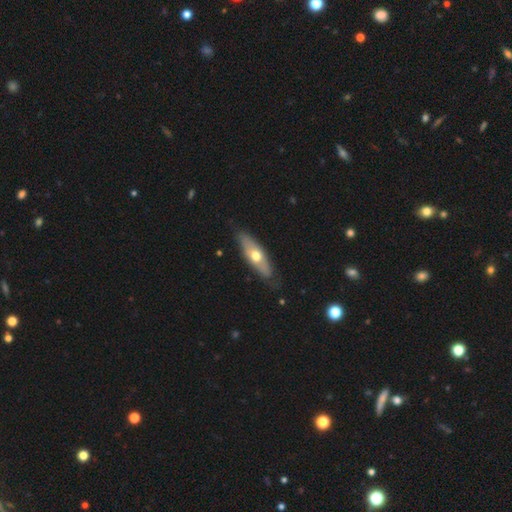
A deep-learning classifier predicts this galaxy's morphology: The model was most divided on "smooth or featured": featured or disk: 48%, smooth: 47%, star or artifact: 5%. More confident: merging — none (80%).